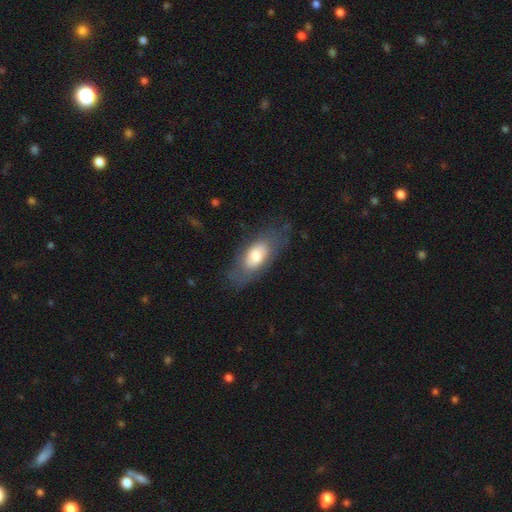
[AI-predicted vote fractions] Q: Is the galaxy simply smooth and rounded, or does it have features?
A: smooth — 60%.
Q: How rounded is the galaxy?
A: in between — 86%.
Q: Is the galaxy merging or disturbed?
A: none — 67%.